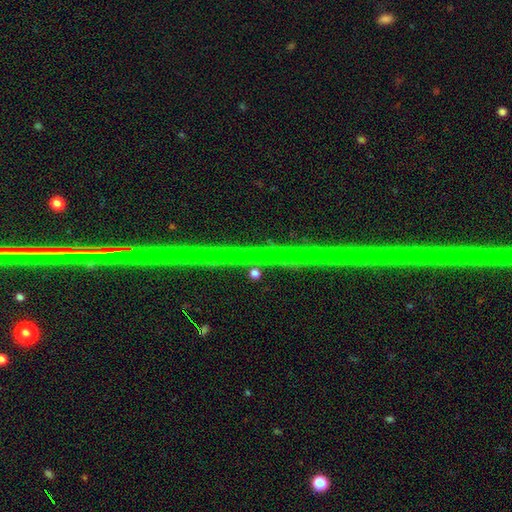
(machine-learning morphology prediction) This appears to be a star or artifact, not a galaxy (86%).